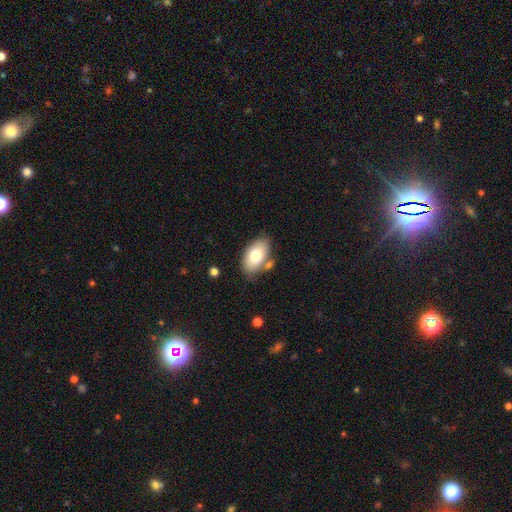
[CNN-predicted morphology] The model was most divided on "merging": none: 70%, minor disturbance: 16%, merger: 10%, major disturbance: 4%. More confident: how rounded — in between (93%); smooth or featured — smooth (76%).